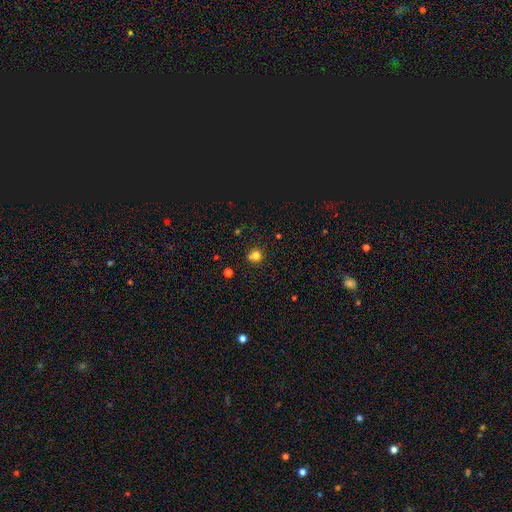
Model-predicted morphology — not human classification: smooth 77%, star or artifact 16%, featured or disk 7%. Down the decision tree: how rounded — round (80%); merging — none (70%).